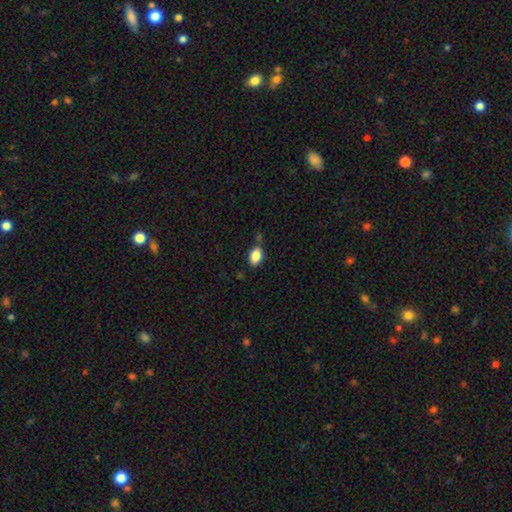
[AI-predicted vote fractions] A smooth galaxy with no disk features (86%) that is in between round and cigar-shaped (88%).

Vote fractions:
- Smooth or featured? smooth: 86% / star or artifact: 8% / featured or disk: 5%
- How rounded? in between: 88% / round: 10% / cigar-shaped: 2%
- Merging? none: 74% / minor disturbance: 18% / merger: 6% / major disturbance: 3%